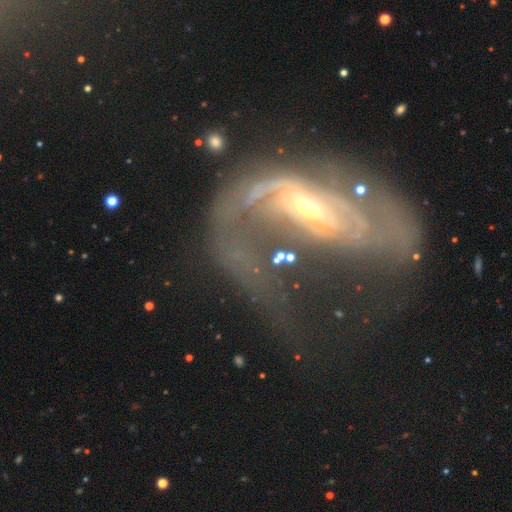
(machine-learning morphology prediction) The model was most divided on "spiral winding" (2-way tie): medium: 37%, loose: 37%, tight: 26%. Remaining: edge-on disk — no (93%); spiral arms — yes (82%); smooth or featured — featured or disk (82%); bulge size — small (60%); merging — major disturbance (57%); bar — no (46%); spiral arm count — 2 (40%).